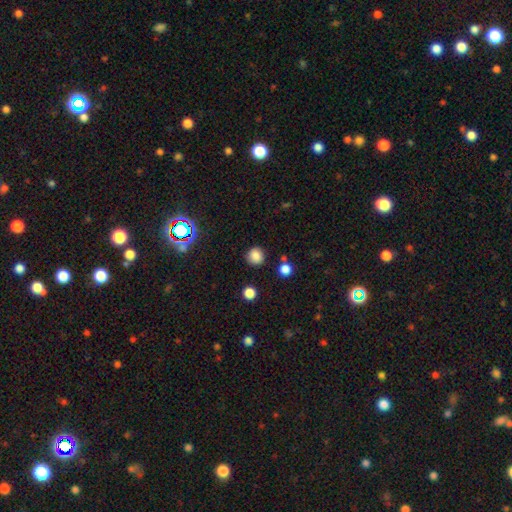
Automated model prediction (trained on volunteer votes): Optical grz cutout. It shows a smooth galaxy with no disk features (81%) that is round (91%). Merging: none (86%).